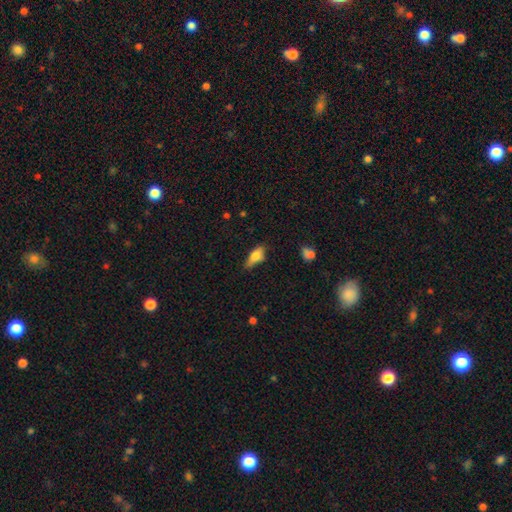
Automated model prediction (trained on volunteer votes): Q: Smooth or featured?
A: smooth (73%); runner-up: featured or disk (20%)
Q: How rounded?
A: in between (76%); runner-up: cigar-shaped (20%)
Q: Merging?
A: none (57%); runner-up: minor disturbance (32%)